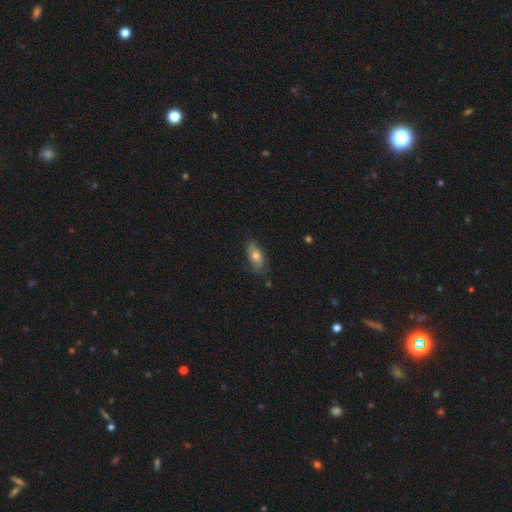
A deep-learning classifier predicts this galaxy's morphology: Overall: smooth (64%; featured or disk 29%). How rounded: in between (82%). Merging: none (75%).